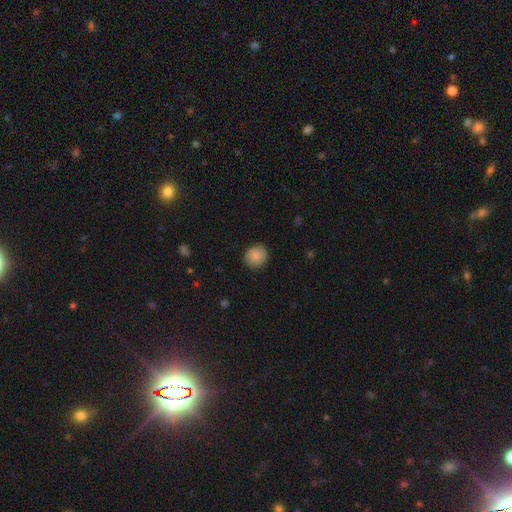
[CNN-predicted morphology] Smooth or featured? Predicted: smooth (p=0.86). How rounded? Predicted: round (p=0.85). Merging? Predicted: none (p=0.87).